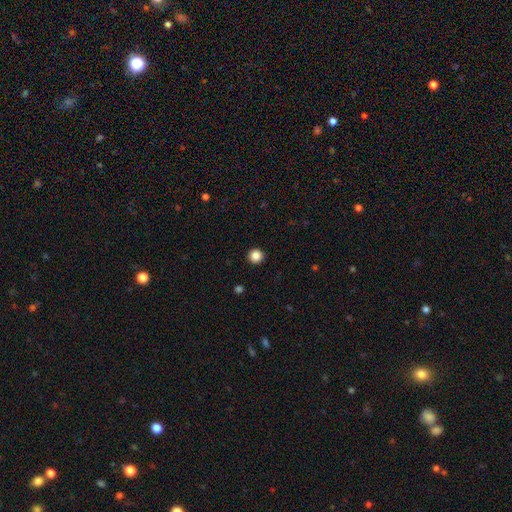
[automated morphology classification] Smooth or featured? Predicted: smooth (p=0.86). How rounded? Predicted: round (p=0.96). Merging? Predicted: none (p=0.94).